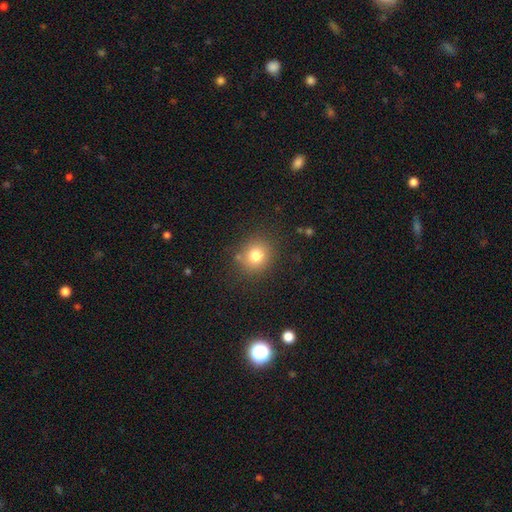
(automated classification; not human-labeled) Smooth or featured? Predicted: smooth (p=0.78). How rounded? Predicted: round (p=0.82). Merging? Predicted: none (p=0.83).